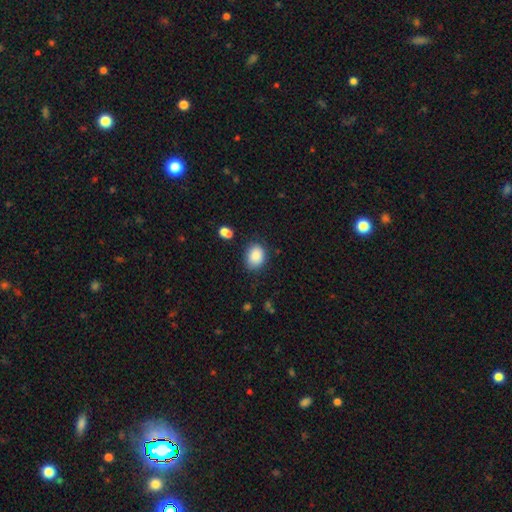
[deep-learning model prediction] This appears to be a smooth galaxy with no disk features (87%) that is in between round and cigar-shaped (59%). Merging: none (77%).